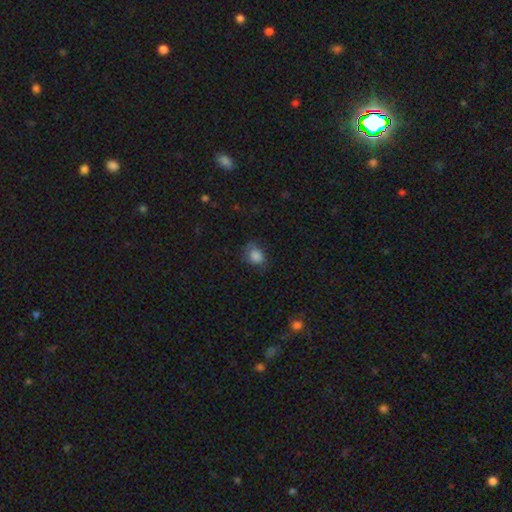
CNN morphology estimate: This is clearly a smooth galaxy (82%). How rounded: possibly in between (55%). Merging: possibly none (58%).